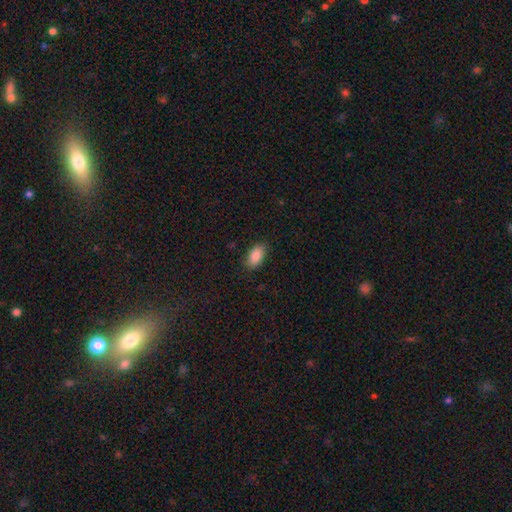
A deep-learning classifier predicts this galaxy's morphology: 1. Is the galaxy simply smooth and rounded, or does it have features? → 87% smooth, 7% star or artifact, 6% featured or disk.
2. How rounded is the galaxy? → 92% in between, 4% cigar-shaped, 4% round.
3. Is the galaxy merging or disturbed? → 85% none, 11% minor disturbance, 3% major disturbance, 1% merger.